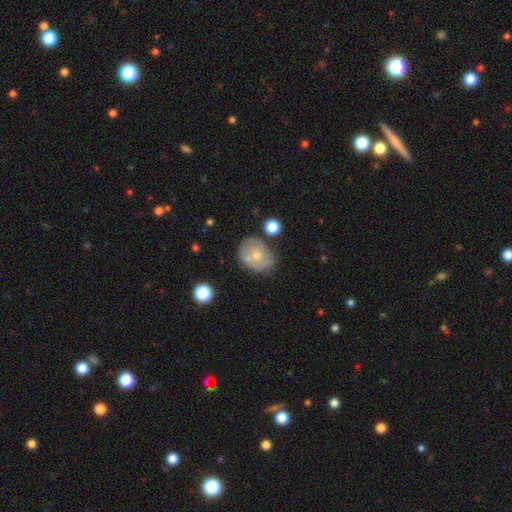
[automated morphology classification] Smooth or featured? Predicted: smooth (p=0.53). How rounded? Predicted: in between (p=0.50). Merging? Predicted: none (p=0.45).